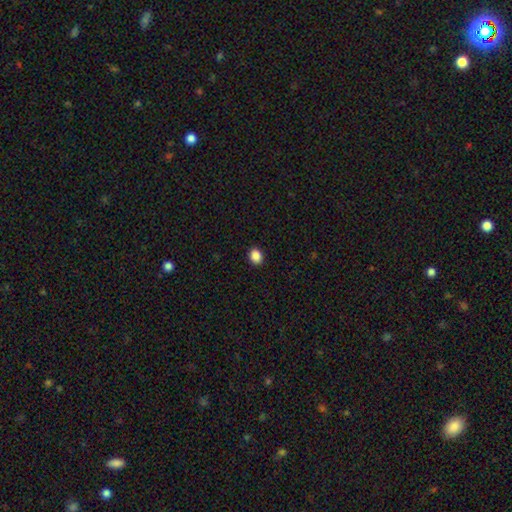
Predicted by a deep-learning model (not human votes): The model was most divided on "how rounded": round: 59%, in between: 40%, cigar-shaped: 1%. More confident: merging — none (92%); smooth or featured — smooth (88%).